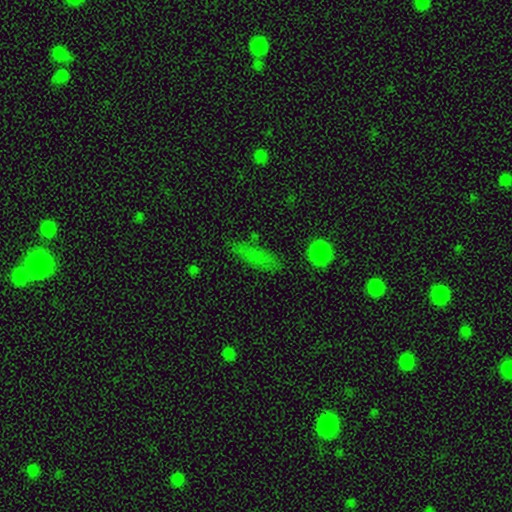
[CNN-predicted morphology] Smooth or featured? Predicted: smooth (p=0.62). How rounded? Predicted: cigar-shaped (p=0.56). Merging? Predicted: none (p=0.77).